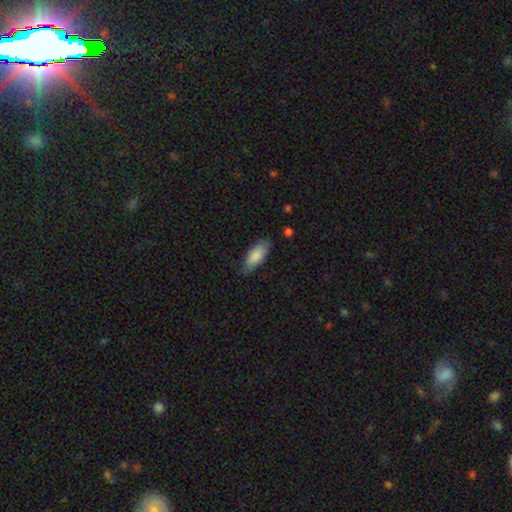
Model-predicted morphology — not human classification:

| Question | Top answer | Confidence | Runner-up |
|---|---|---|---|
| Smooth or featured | smooth | 86% | featured or disk (8%) |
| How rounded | in between | 84% | cigar-shaped (15%) |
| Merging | none | 76% | minor disturbance (19%) |